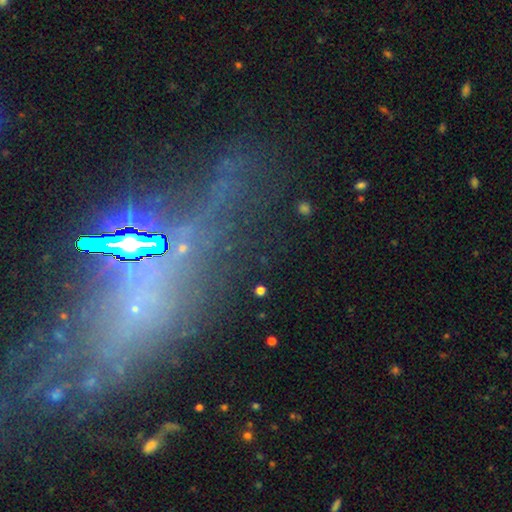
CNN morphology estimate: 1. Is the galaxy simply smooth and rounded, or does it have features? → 57% star or artifact, 27% featured or disk, 16% smooth.